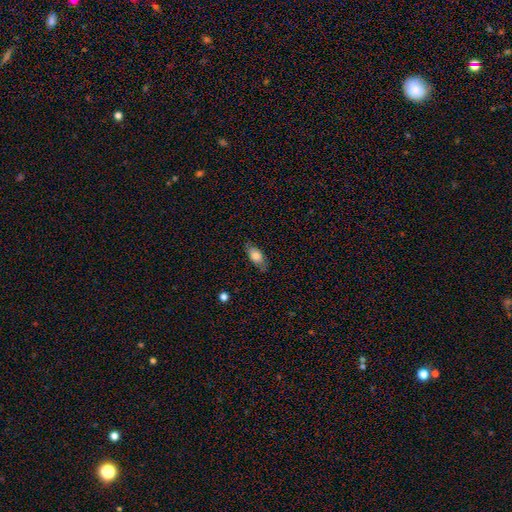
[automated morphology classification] smooth-or-featured: smooth: 76% | featured or disk: 17% | star or artifact: 7%
  how-rounded: in between: 86% | cigar-shaped: 10% | round: 5%
  merging: none: 76% | minor disturbance: 19% | major disturbance: 4% | merger: 1%